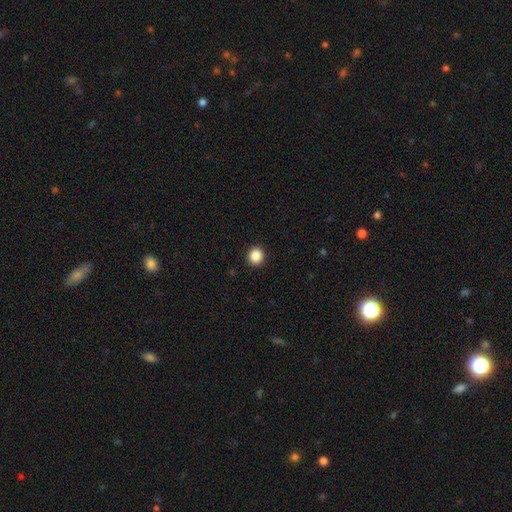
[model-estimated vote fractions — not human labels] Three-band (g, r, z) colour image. It shows a smooth galaxy with no disk features (87%) that is round (88%). Merging: none (93%).